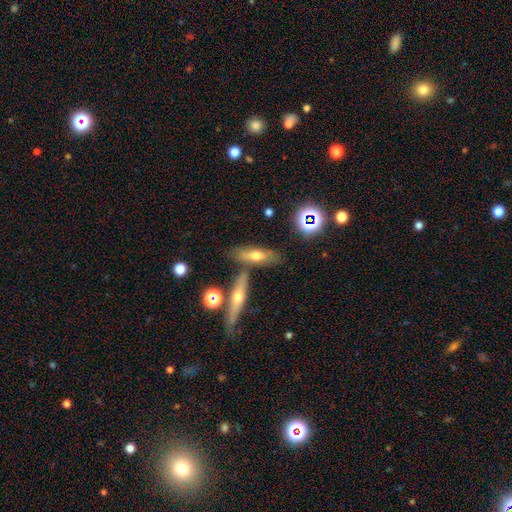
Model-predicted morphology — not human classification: Overall: smooth (53%; featured or disk 36%). How rounded: in between (49%; cigar-shaped 47%). Merging: none (65%).